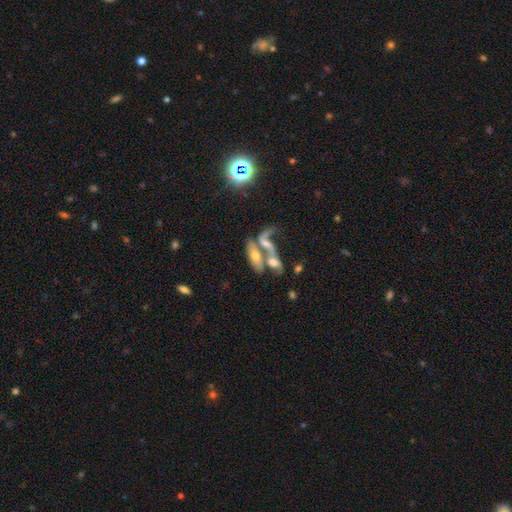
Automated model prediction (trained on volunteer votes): Overall: featured or disk (52%; smooth 33%). Edge-on disk: no (69%; yes 31%). Merging: merger (62%; none 22%).